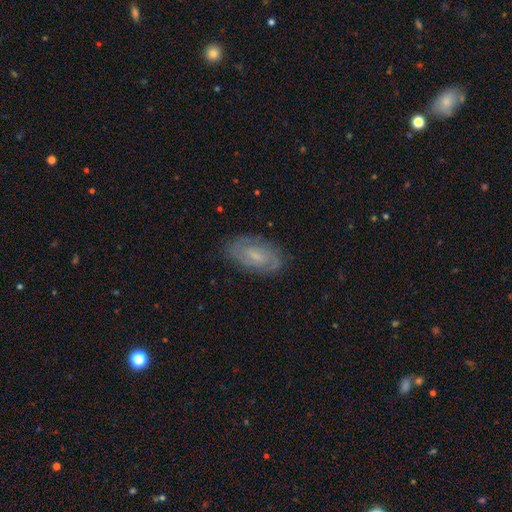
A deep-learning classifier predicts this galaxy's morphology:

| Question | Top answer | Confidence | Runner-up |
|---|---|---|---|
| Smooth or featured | featured or disk | 62% | smooth (30%) |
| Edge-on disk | no | 94% | yes (6%) |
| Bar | weak | 48% | no (44%) |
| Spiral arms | yes | 85% | no (15%) |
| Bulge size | small | 56% | moderate (26%) |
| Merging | none | 80% | minor disturbance (15%) |